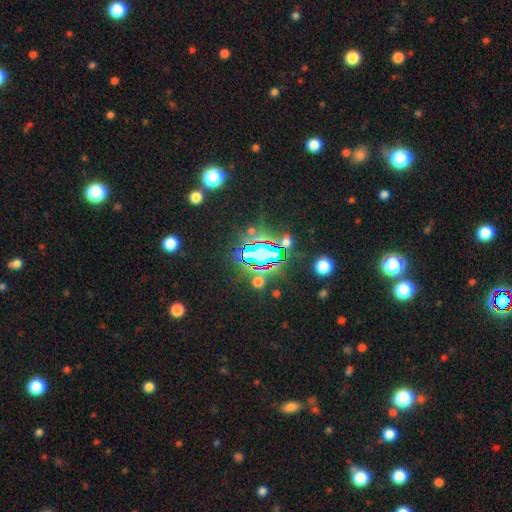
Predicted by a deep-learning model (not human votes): Morphology: type=star or artifact (78%).